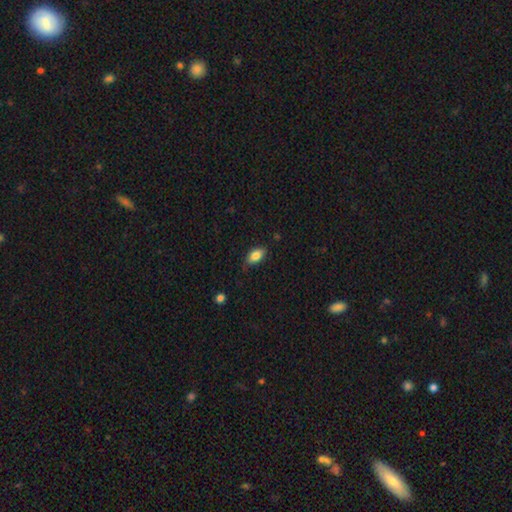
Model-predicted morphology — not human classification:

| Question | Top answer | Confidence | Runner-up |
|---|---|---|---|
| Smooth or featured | smooth | 83% | featured or disk (9%) |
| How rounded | in between | 90% | round (5%) |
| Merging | none | 79% | minor disturbance (17%) |